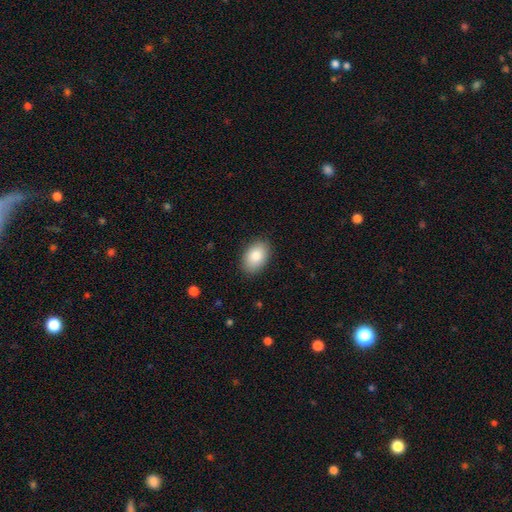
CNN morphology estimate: A smooth galaxy with no disk features (86%) that is in between round and cigar-shaped (90%). Merging: none (87%).